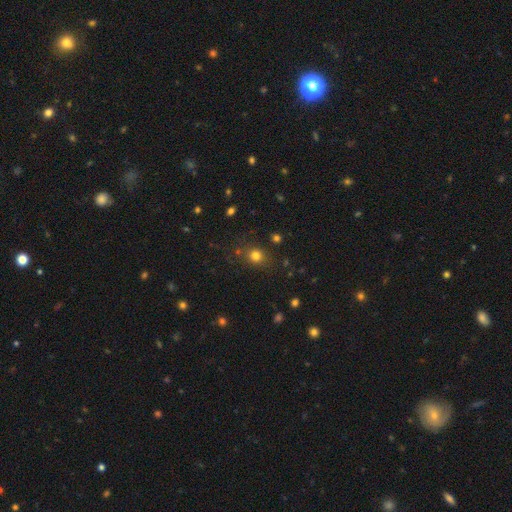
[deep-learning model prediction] Smooth or featured? smooth (76%)
How rounded? round (77%)
Merging? none (79%)